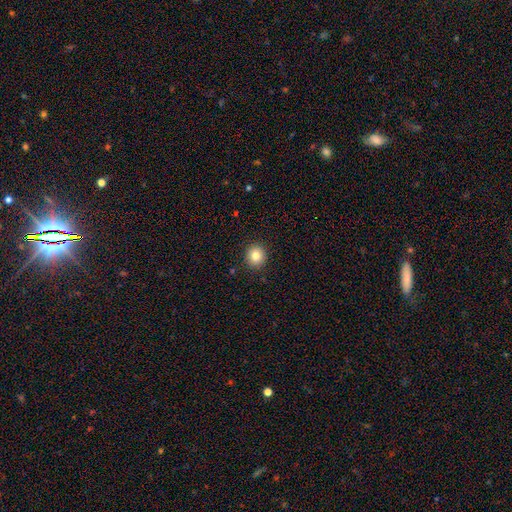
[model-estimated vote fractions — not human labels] Overall: smooth (82%). How rounded: round (89%). Merging: none (91%).